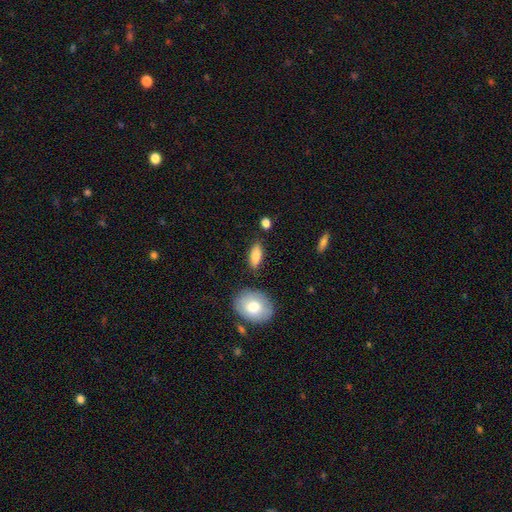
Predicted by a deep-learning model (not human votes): smooth_or_featured: smooth (p=0.80) [alt: featured or disk p=0.13]
how_rounded: in between (p=0.76) [alt: cigar-shaped p=0.21]
merging: none (p=0.82) [alt: minor disturbance p=0.12]